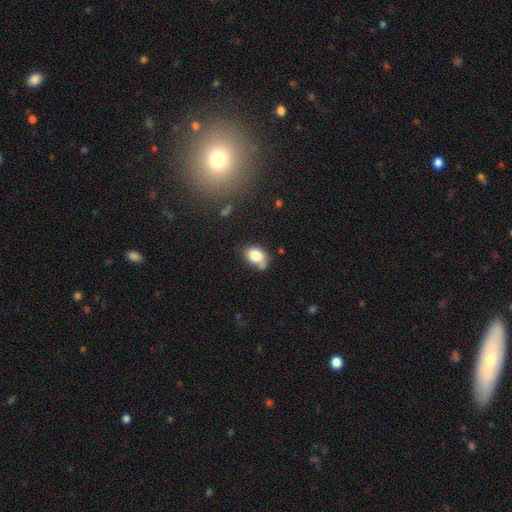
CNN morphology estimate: Q: Smooth or featured?
A: smooth (81%); runner-up: featured or disk (10%)
Q: How rounded?
A: in between (77%); runner-up: round (22%)
Q: Merging?
A: none (52%); runner-up: minor disturbance (29%)